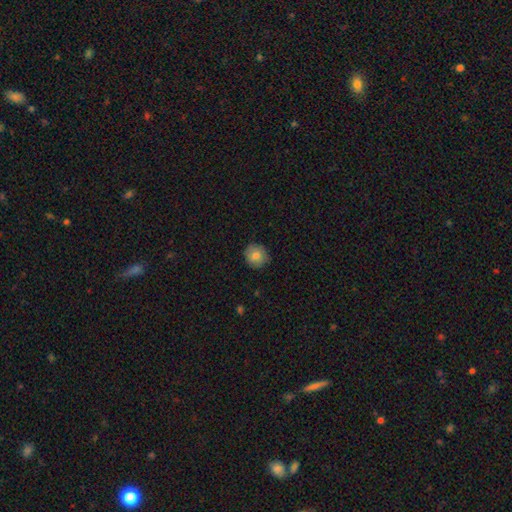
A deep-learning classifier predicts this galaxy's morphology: Overall: smooth (80%). How rounded: round (90%). Merging: none (85%).